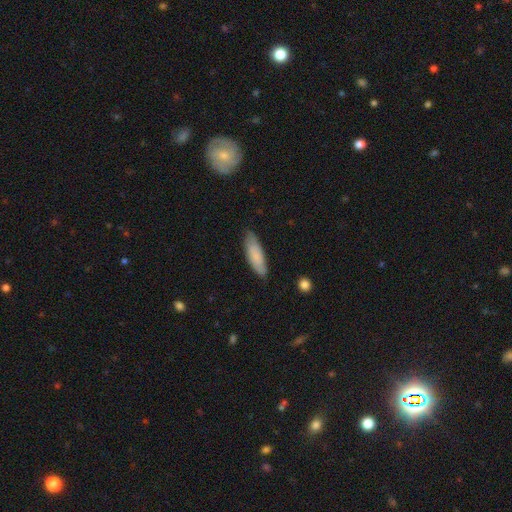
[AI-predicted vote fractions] Morphology: type=smooth (79%); roundness=in between (50%); merging=none (81%).